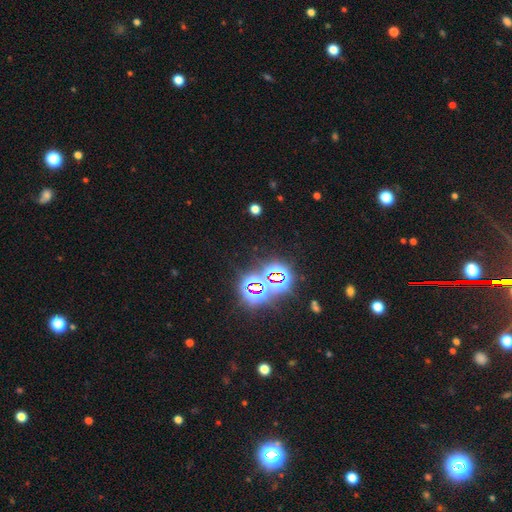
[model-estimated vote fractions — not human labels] Smooth or featured?
  - star or artifact: 75% *
  - smooth: 17%
  - featured or disk: 8%